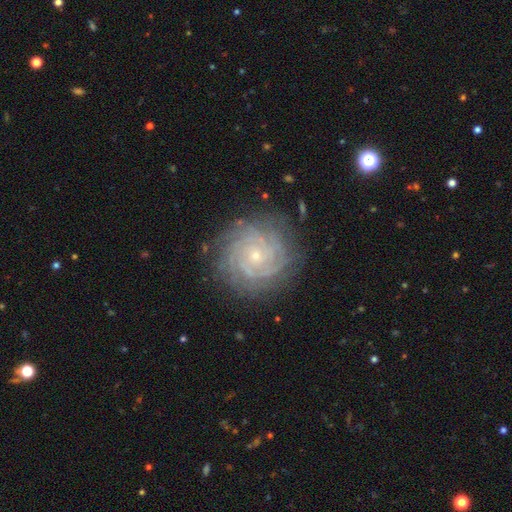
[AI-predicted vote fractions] Morphology: type=featured or disk (85%); edge-on=no (98%); bar=no (80%); spiral arms=yes (97%); winding=tight (85%); arm count=can't tell (25%); bulge=small (83%); merging=none (83%).